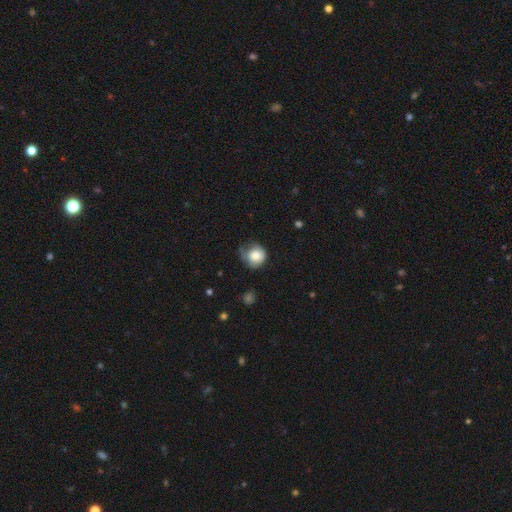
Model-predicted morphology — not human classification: Overall: smooth (78%). How rounded: round (86%). Merging: none (44%; minor disturbance 36%).